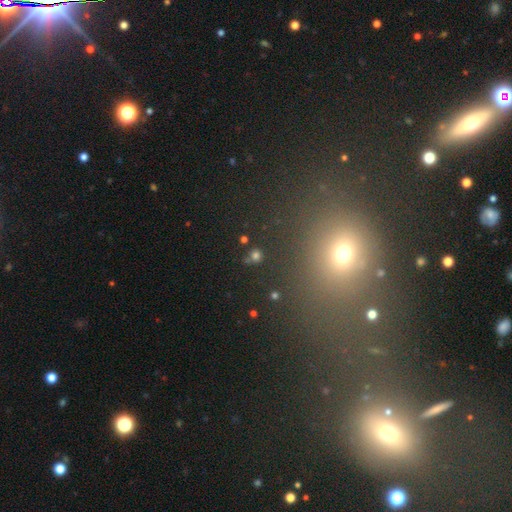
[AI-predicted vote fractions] This is likely a smooth galaxy (62%). How rounded: likely round (70%). Merging: likely none (76%).